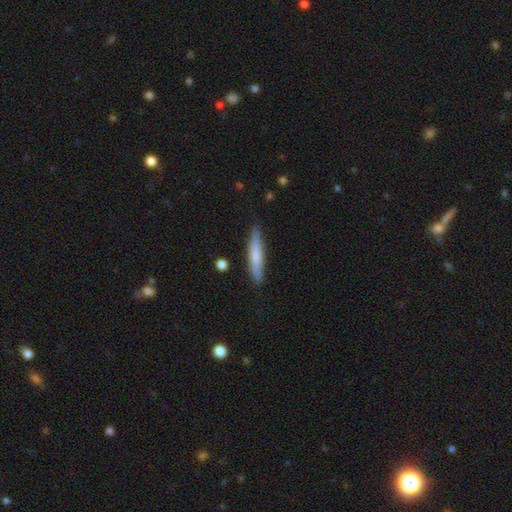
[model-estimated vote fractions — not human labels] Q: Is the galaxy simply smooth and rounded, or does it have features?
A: smooth — 66%.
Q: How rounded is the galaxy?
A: cigar-shaped — 90%.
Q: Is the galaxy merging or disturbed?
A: none — 86%.